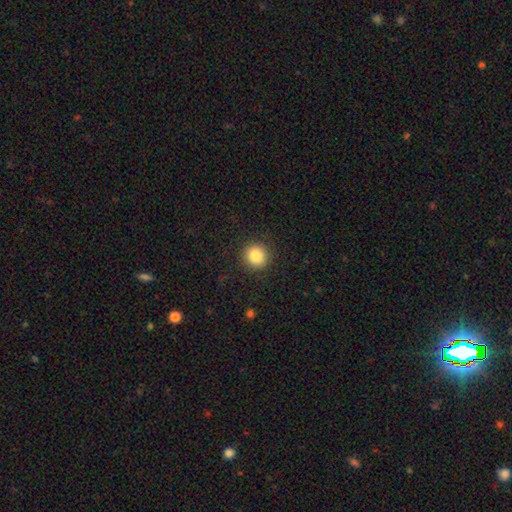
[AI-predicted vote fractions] This is clearly a smooth galaxy (85%). How rounded: clearly round (93%). Merging: clearly none (91%).